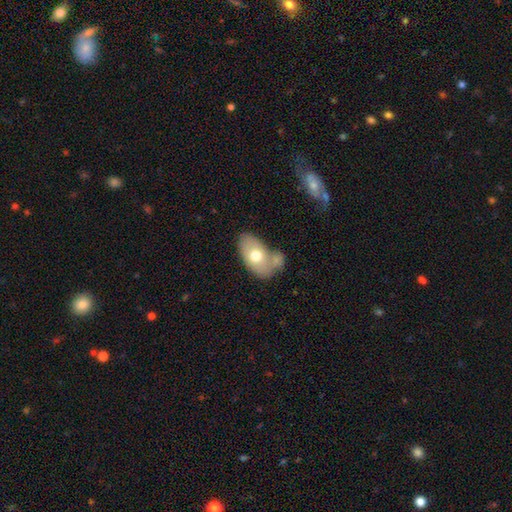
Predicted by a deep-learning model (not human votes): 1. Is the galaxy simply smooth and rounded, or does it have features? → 66% smooth, 27% featured or disk, 7% star or artifact.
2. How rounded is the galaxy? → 90% in between, 9% round, 2% cigar-shaped.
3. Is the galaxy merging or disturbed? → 38% none, 36% merger, 18% minor disturbance, 8% major disturbance.